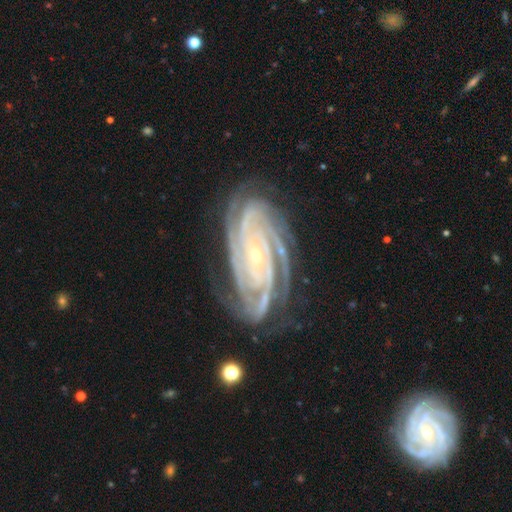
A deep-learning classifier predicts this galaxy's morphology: Smooth or featured: featured or disk — 92% (star or artifact — 5%)
Edge-on disk: no — 96% (yes — 4%)
Bar: no — 62% (weak — 21%)
Spiral arms: yes — 99% (no — 1%)
Spiral winding: tight — 81% (medium — 17%)
Spiral arm count: 4 — 38% (3 — 19%)
Bulge size: small — 81% (moderate — 16%)
Merging: none — 76% (minor disturbance — 17%)